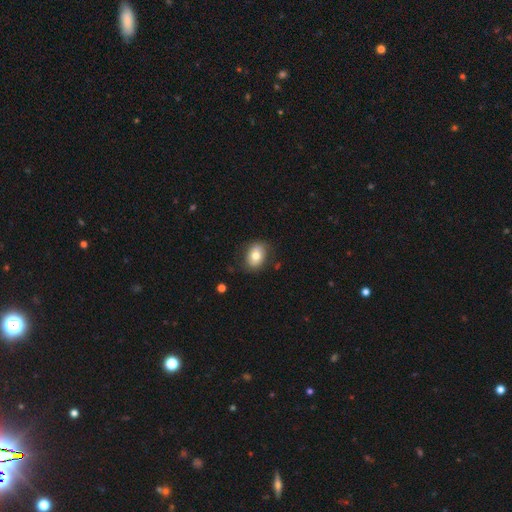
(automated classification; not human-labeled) smooth-or-featured: smooth: 75% | featured or disk: 18% | star or artifact: 8%
  how-rounded: in between: 68% | round: 31% | cigar-shaped: 1%
  merging: none: 80% | minor disturbance: 15% | major disturbance: 4% | merger: 1%